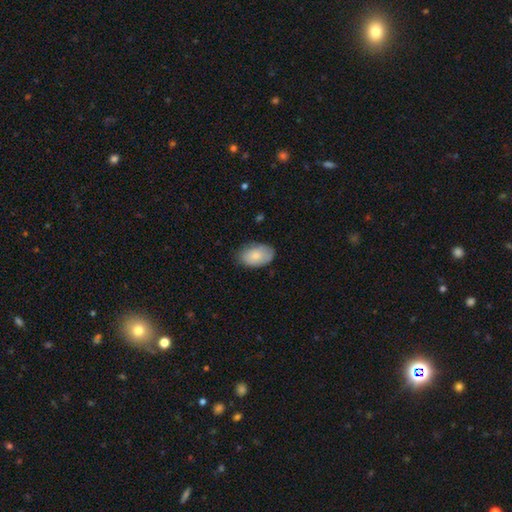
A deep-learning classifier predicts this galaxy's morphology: The model was most divided on "merging": none: 76%, minor disturbance: 19%, major disturbance: 3%, merger: 1%. More confident: how rounded — in between (91%); smooth or featured — smooth (82%).